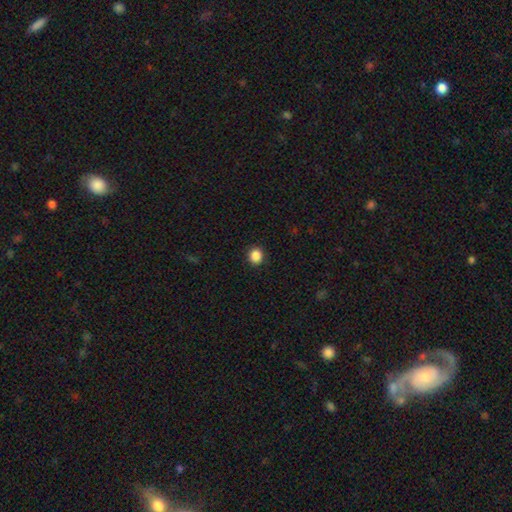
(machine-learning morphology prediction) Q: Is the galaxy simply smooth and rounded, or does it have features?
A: smooth — 87%.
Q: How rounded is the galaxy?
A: round — 83%.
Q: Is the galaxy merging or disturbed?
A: none — 91%.